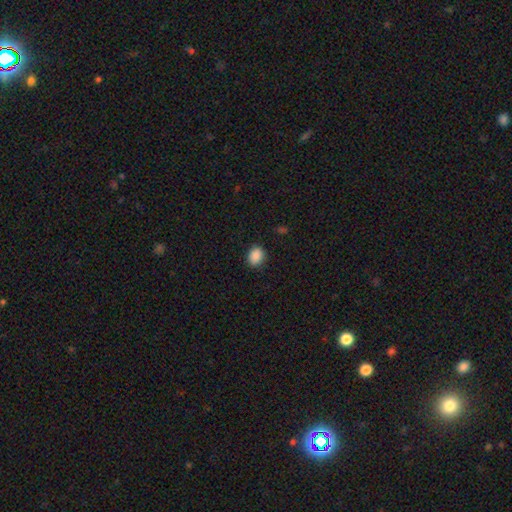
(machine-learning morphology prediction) type=smooth (88%); roundness=round (50%); merging=none (88%).